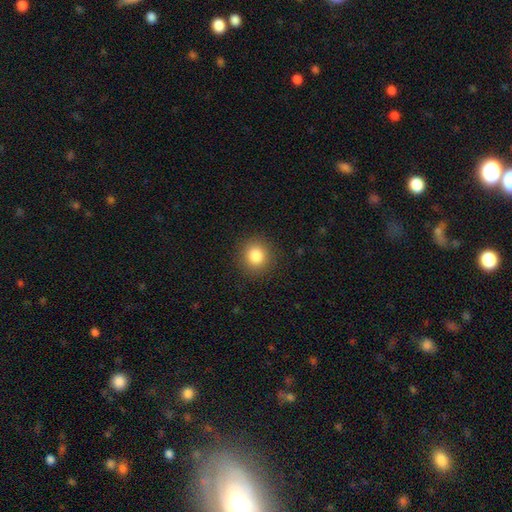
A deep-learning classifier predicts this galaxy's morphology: Q: Smooth or featured?
A: smooth (84%); runner-up: star or artifact (10%)
Q: How rounded?
A: round (88%); runner-up: in between (11%)
Q: Merging?
A: none (90%); runner-up: minor disturbance (6%)